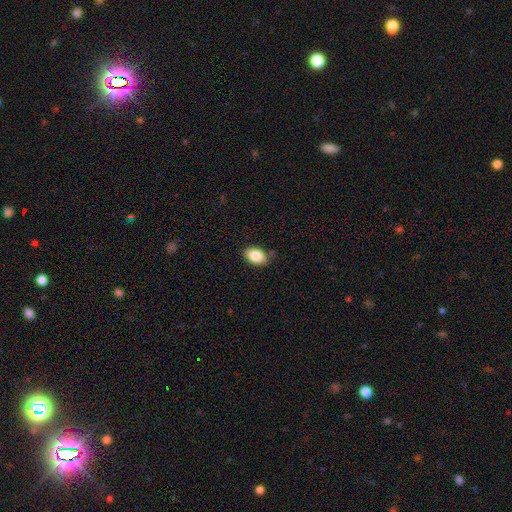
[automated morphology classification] Q: Smooth or featured?
A: smooth (86%); runner-up: star or artifact (7%)
Q: How rounded?
A: in between (88%); runner-up: round (11%)
Q: Merging?
A: none (82%); runner-up: minor disturbance (14%)